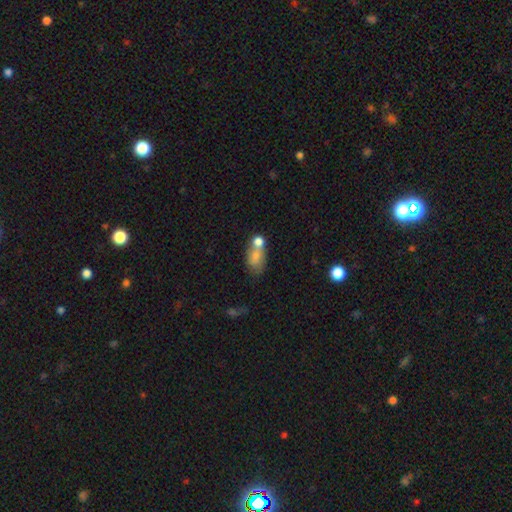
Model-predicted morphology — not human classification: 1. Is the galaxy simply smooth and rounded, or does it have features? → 72% smooth, 17% featured or disk, 10% star or artifact.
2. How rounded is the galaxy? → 76% in between, 20% round, 3% cigar-shaped.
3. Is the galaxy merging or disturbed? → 48% merger, 29% none, 14% minor disturbance, 10% major disturbance.